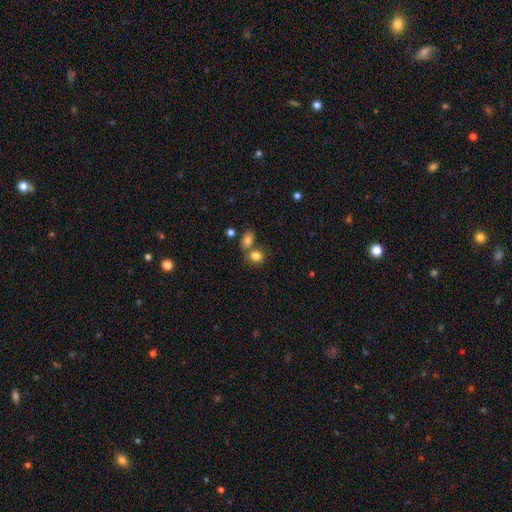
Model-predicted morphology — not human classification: smooth 82%, star or artifact 11%, featured or disk 7%. Down the decision tree: how rounded — in between (50%); merging — none (53%).